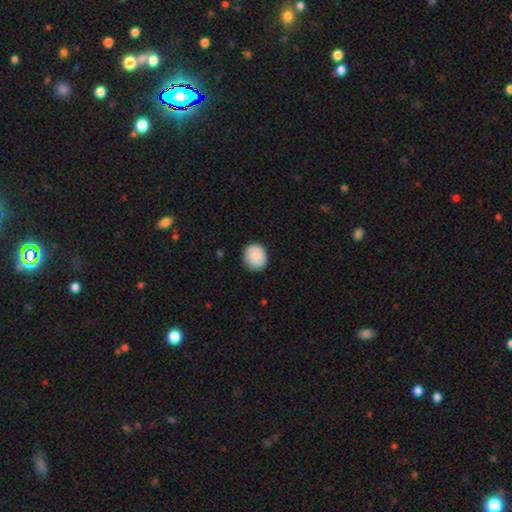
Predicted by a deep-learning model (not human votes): smooth_or_featured: smooth (p=0.89) [alt: star or artifact p=0.06]
how_rounded: round (p=0.78) [alt: in between p=0.21]
merging: none (p=0.88) [alt: minor disturbance p=0.09]